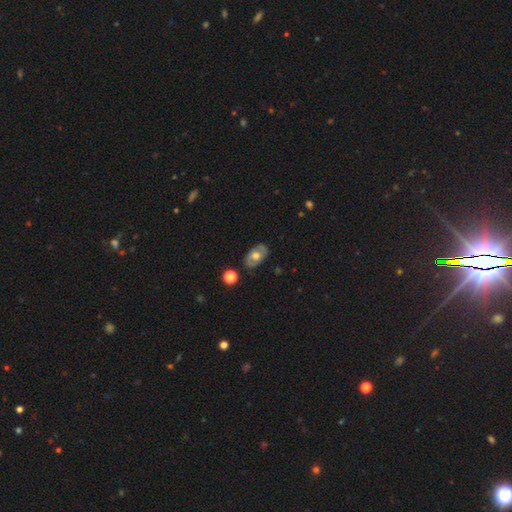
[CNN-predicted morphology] Overall: smooth (51%; featured or disk 42%). How rounded: in between (88%). Merging: none (81%).